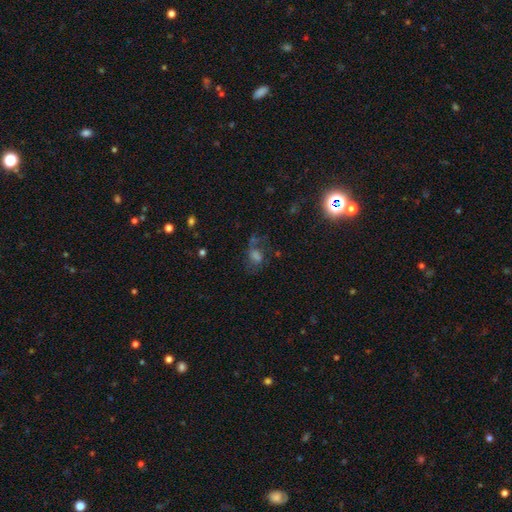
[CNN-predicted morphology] Smooth or featured? Predicted: star or artifact (p=0.35).